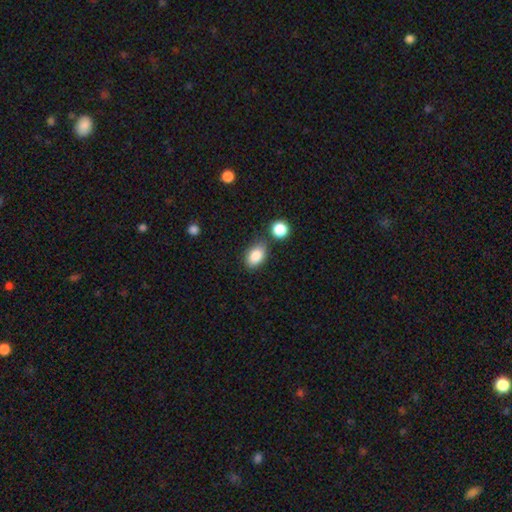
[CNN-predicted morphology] Smooth or featured? Predicted: smooth (p=0.86). How rounded? Predicted: in between (p=0.86). Merging? Predicted: none (p=0.72).